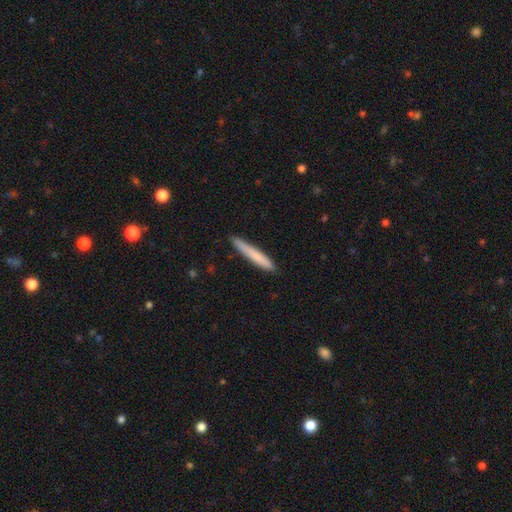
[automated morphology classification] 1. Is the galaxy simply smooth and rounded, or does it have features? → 76% smooth, 18% featured or disk, 6% star or artifact.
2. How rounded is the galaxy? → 96% cigar-shaped, 3% in between, 1% round.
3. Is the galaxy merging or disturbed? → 88% none, 9% minor disturbance, 1% major disturbance, 1% merger.